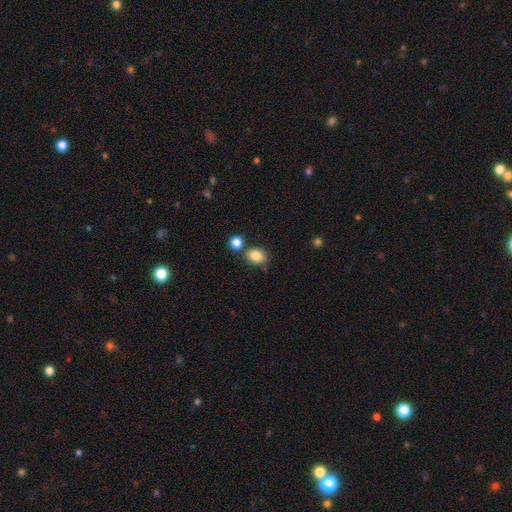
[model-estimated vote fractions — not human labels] Smooth or featured?
  - smooth: 84% *
  - star or artifact: 10%
  - featured or disk: 7%
How rounded?
  - in between: 65% *
  - round: 33%
  - cigar-shaped: 1%
Merging?
  - none: 67% *
  - merger: 15%
  - minor disturbance: 14%
  - major disturbance: 4%